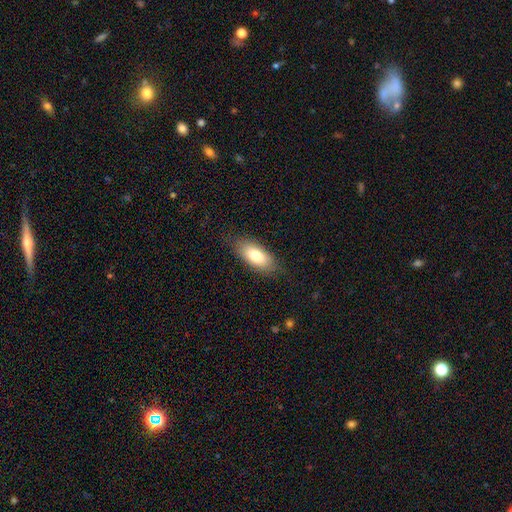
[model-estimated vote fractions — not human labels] smooth-or-featured: smooth: 77% | featured or disk: 16% | star or artifact: 7%
  how-rounded: in between: 85% | cigar-shaped: 12% | round: 3%
  merging: none: 81% | minor disturbance: 15% | major disturbance: 4% | merger: 1%